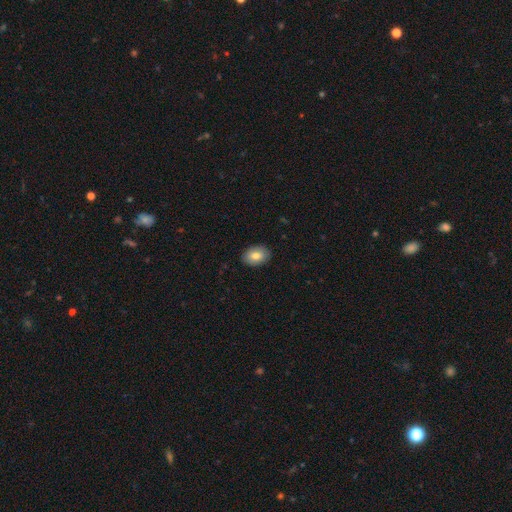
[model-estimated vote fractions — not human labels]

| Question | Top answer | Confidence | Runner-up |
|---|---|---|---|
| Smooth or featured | smooth | 78% | featured or disk (14%) |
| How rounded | in between | 79% | round (20%) |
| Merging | none | 89% | minor disturbance (8%) |